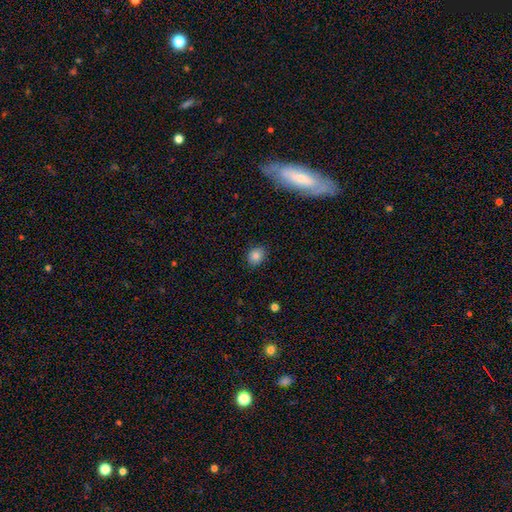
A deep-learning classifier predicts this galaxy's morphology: This is clearly a smooth galaxy (84%). How rounded: possibly round (51%). Merging: clearly none (87%).